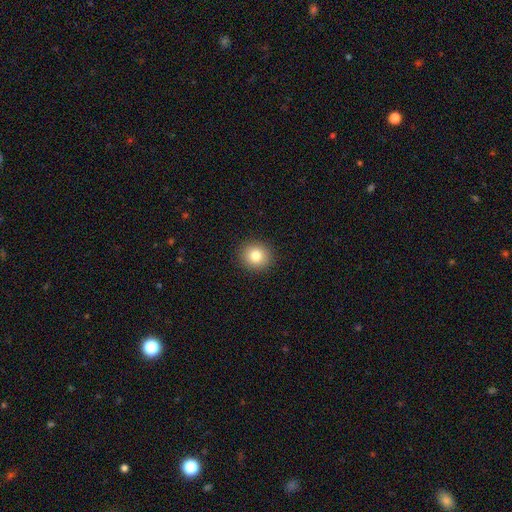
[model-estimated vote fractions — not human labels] Smooth or featured? smooth (81%)
How rounded? round (88%)
Merging? none (92%)